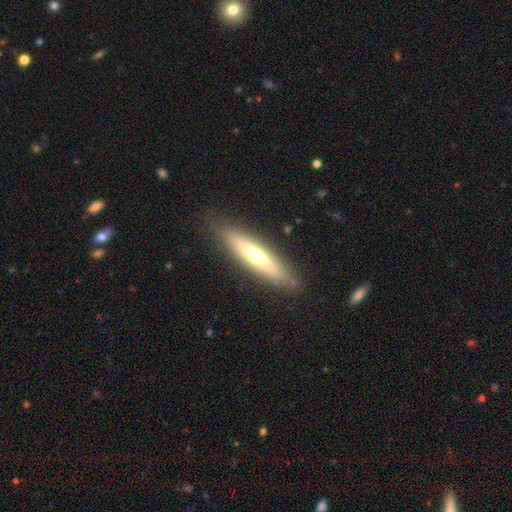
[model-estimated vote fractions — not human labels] Morphology: type=featured or disk (50%); edge-on=yes (84%); merging=none (86%).